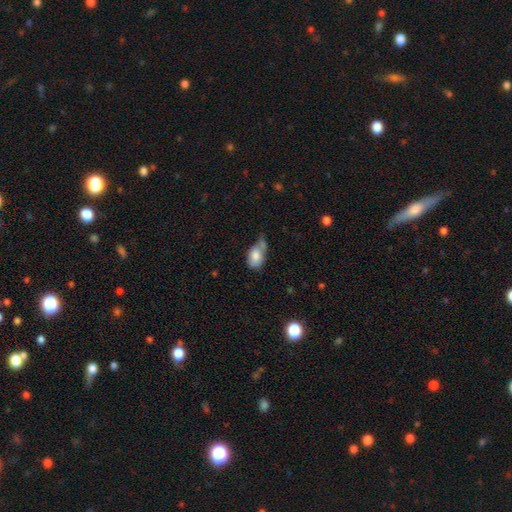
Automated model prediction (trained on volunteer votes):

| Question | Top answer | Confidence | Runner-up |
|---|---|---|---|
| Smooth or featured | smooth | 78% | featured or disk (14%) |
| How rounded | in between | 87% | round (11%) |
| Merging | none | 31% | minor disturbance (29%) |